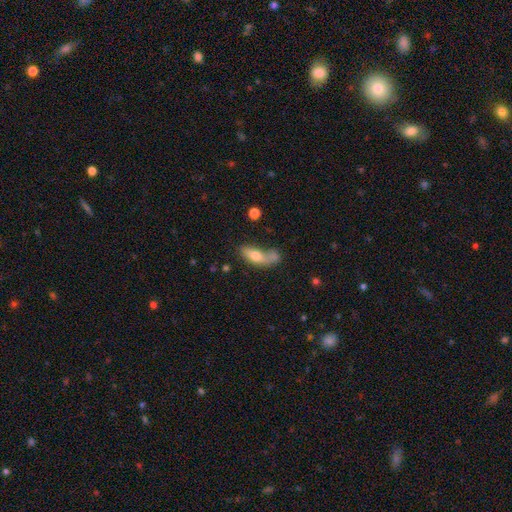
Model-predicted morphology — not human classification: A smooth galaxy with no disk features (65%) that is in between round and cigar-shaped (64%).

Vote fractions:
- Smooth or featured? smooth: 65% / featured or disk: 27% / star or artifact: 8%
- How rounded? in between: 64% / cigar-shaped: 31% / round: 5%
- Merging? none: 30% / merger: 29% / major disturbance: 20% / minor disturbance: 20%